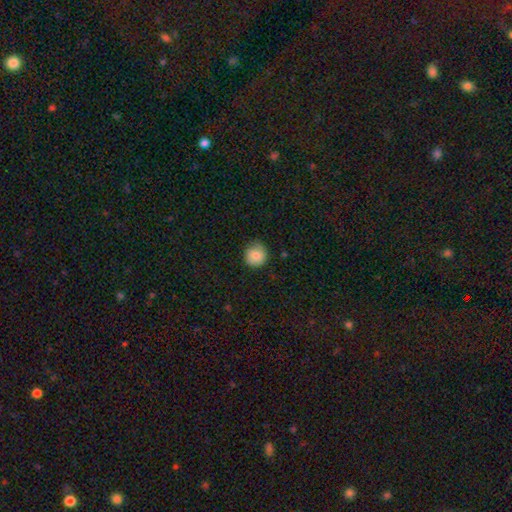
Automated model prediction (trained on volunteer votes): Morphology: type=smooth (86%); roundness=round (93%); merging=none (79%).